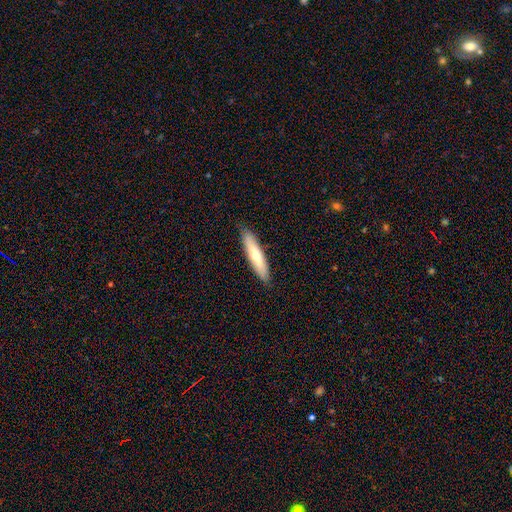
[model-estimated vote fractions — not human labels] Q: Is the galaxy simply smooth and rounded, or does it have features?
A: smooth — 58%.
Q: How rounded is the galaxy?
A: cigar-shaped — 79%.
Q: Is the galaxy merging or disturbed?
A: none — 87%.